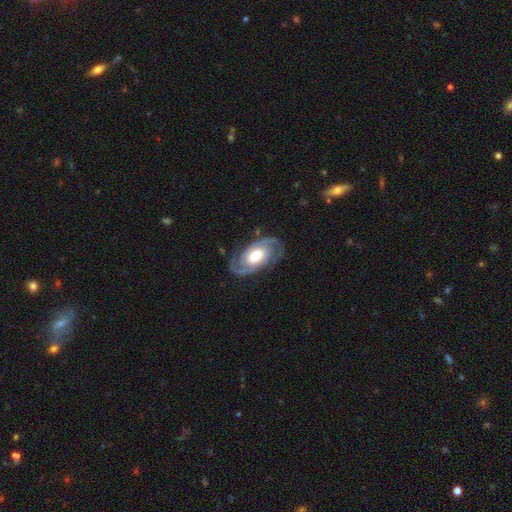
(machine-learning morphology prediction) smooth-or-featured: featured or disk: 89% | smooth: 7% | star or artifact: 4%
  disk-edge-on: no: 97% | yes: 3%
    bar: no: 58% | weak: 30% | strong: 12%
    has-spiral-arms: yes: 96% | no: 4%
      spiral-winding: tight: 47% | medium: 43% | loose: 11%
      spiral-arm-count: 2: 92% | can't tell: 3% | 3: 1% | 1: 1% | 4: 1% | more than 4: 1%
    bulge-size: moderate: 64% | large: 22% | small: 11% | dominant: 2% | none: 1%
  merging: none: 81% | minor disturbance: 13% | major disturbance: 5% | merger: 1%